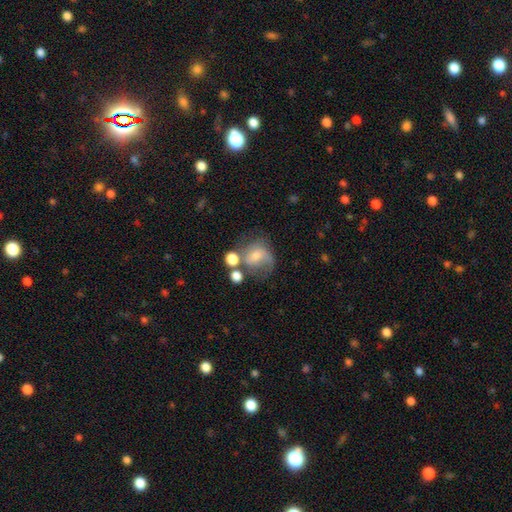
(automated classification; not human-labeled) smooth 49%, featured or disk 40%, star or artifact 11%. Down the decision tree: merging — none (35%).